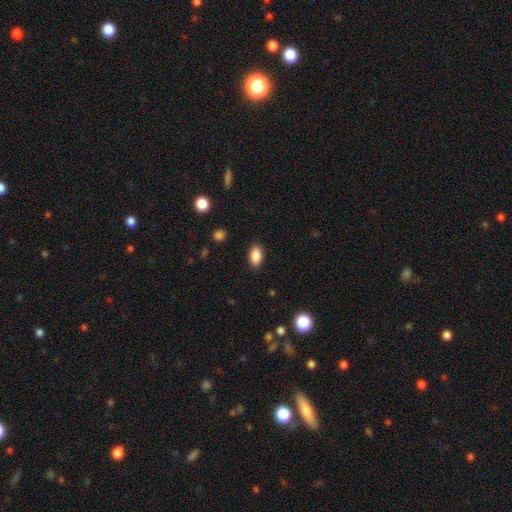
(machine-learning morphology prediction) Smooth or featured?
  - smooth: 87% *
  - star or artifact: 8%
  - featured or disk: 5%
How rounded?
  - in between: 91% *
  - round: 5%
  - cigar-shaped: 4%
Merging?
  - none: 87% *
  - minor disturbance: 9%
  - major disturbance: 2%
  - merger: 1%